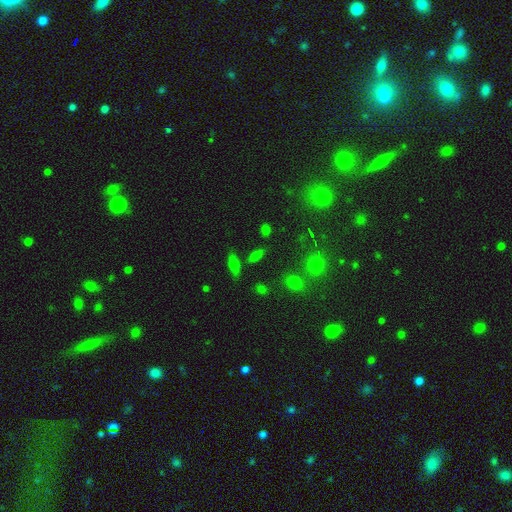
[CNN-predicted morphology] Smooth or featured? smooth (57%)
How rounded? in between (61%)
Merging? none (76%)